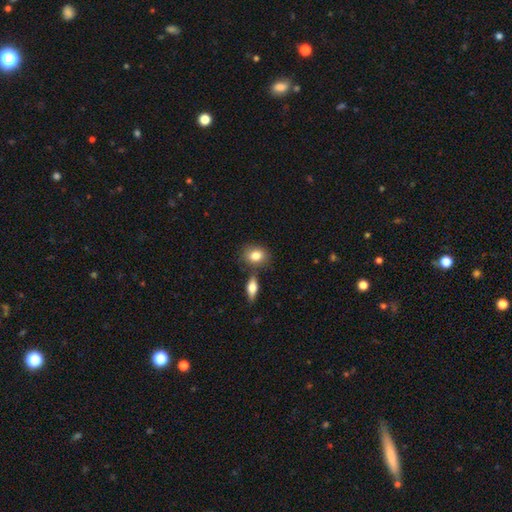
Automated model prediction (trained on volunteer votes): Smooth or featured? Predicted: smooth (p=0.82). How rounded? Predicted: in between (p=0.59). Merging? Predicted: none (p=0.69).